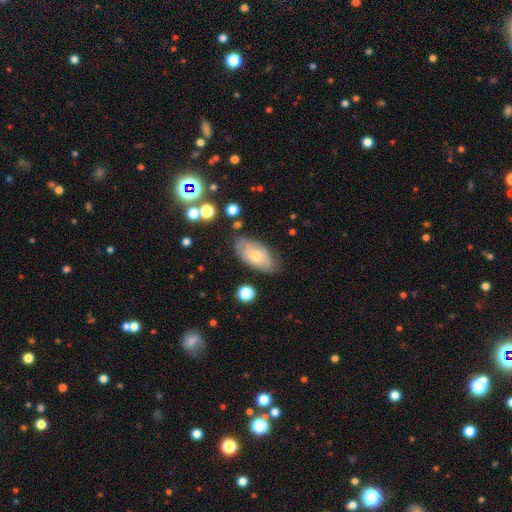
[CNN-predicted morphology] The model was most divided on "smooth or featured": smooth: 52%, featured or disk: 39%, star or artifact: 9%. More confident: how rounded — in between (91%); merging — none (74%).